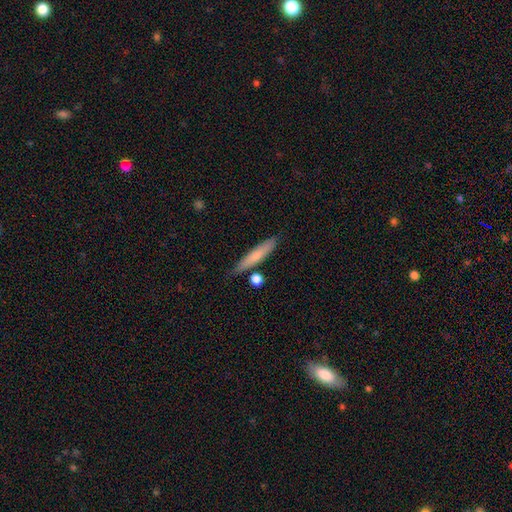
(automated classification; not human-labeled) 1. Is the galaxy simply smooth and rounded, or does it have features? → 70% smooth, 24% featured or disk, 6% star or artifact.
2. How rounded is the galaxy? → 89% cigar-shaped, 10% in between, 2% round.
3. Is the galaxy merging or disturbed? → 78% none, 13% minor disturbance, 6% merger, 3% major disturbance.